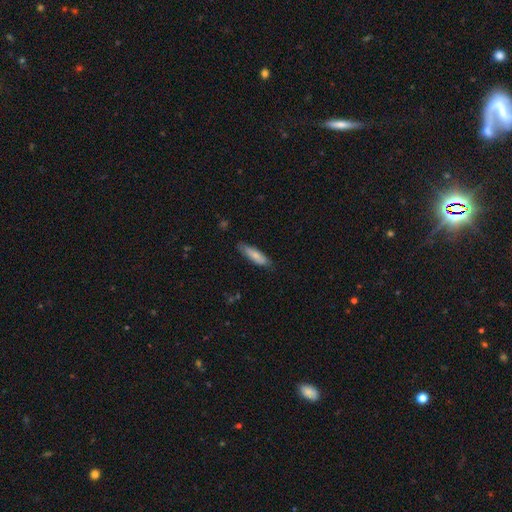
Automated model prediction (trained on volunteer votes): This appears to be a smooth galaxy with no disk features (76%) that is cigar-shaped (62%). Merging: none (79%).